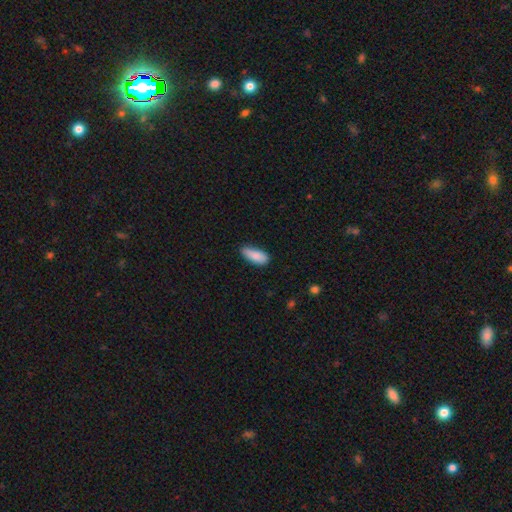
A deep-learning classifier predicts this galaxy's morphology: smooth_or_featured: smooth (p=0.88) [alt: star or artifact p=0.07]
how_rounded: in between (p=0.77) [alt: cigar-shaped p=0.21]
merging: none (p=0.71) [alt: minor disturbance p=0.24]